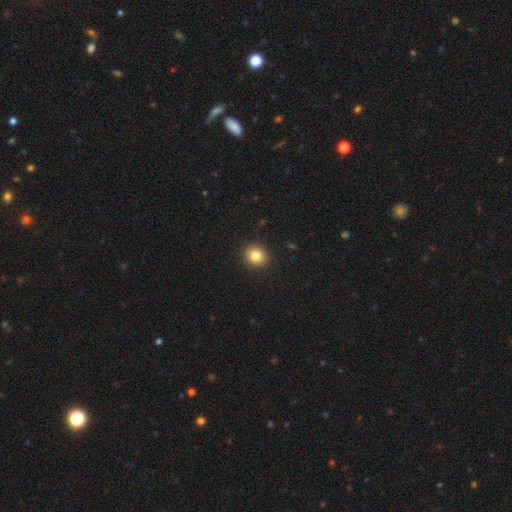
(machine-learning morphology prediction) The model was most divided on "how rounded": round: 80%, in between: 20%, cigar-shaped: 1%. More confident: merging — none (91%); smooth or featured — smooth (84%).